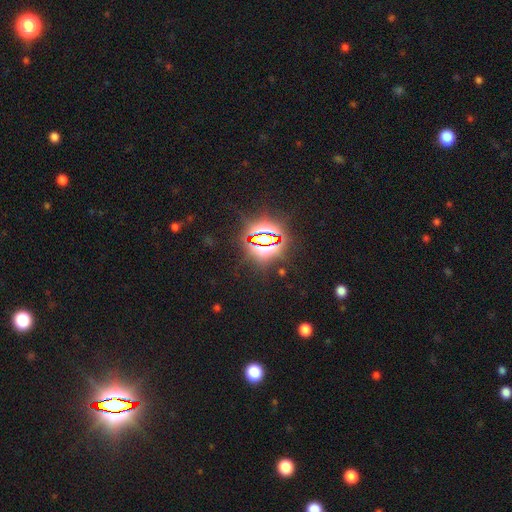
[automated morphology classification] Smooth or featured? star or artifact (83%)